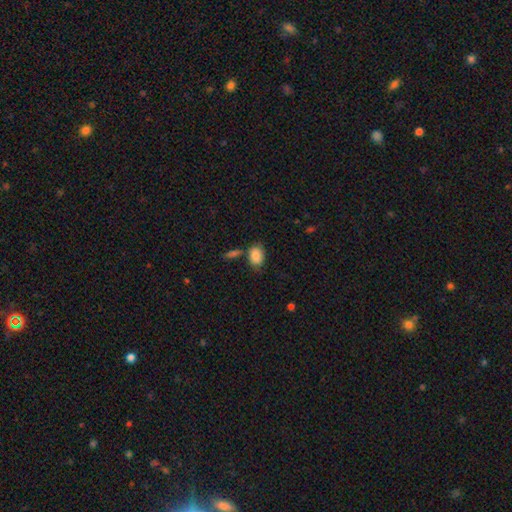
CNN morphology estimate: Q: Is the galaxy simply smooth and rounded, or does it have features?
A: smooth — 86%.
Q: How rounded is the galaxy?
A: in between — 83%.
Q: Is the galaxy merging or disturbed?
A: none — 62%.